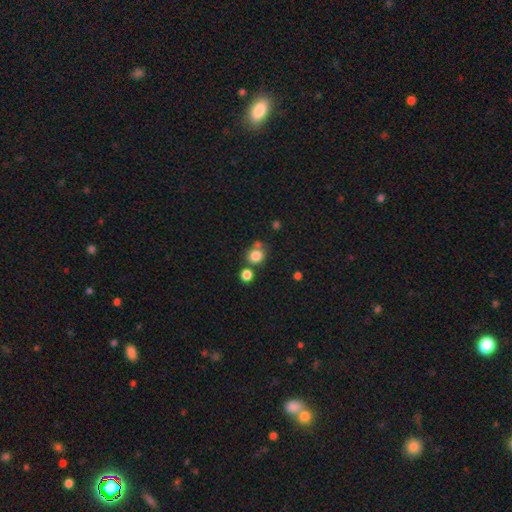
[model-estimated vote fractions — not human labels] Smooth or featured?
  - smooth: 81% *
  - star or artifact: 12%
  - featured or disk: 7%
How rounded?
  - round: 77% *
  - in between: 22%
  - cigar-shaped: 1%
Merging?
  - none: 59% *
  - merger: 23%
  - minor disturbance: 12%
  - major disturbance: 5%